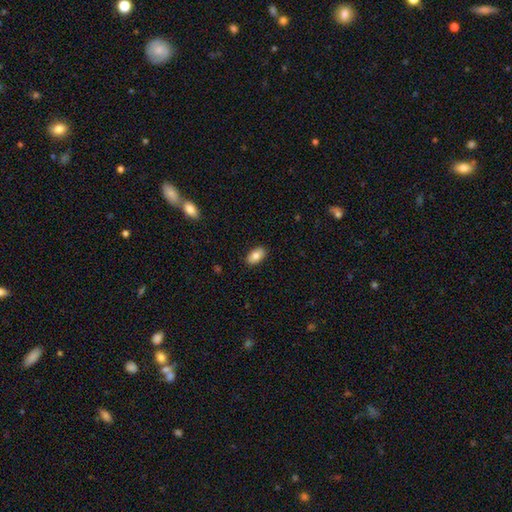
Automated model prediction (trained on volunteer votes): smooth_or_featured: smooth (p=0.83) [alt: featured or disk p=0.10]
how_rounded: in between (p=0.93) [alt: round p=0.04]
merging: none (p=0.88) [alt: minor disturbance p=0.09]